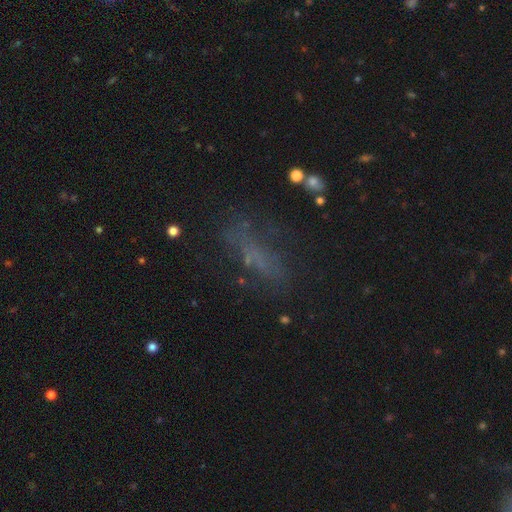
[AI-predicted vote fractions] smooth-or-featured: smooth: 43% | featured or disk: 31% | star or artifact: 27%
  merging: none: 53% | major disturbance: 22% | minor disturbance: 21% | merger: 4%